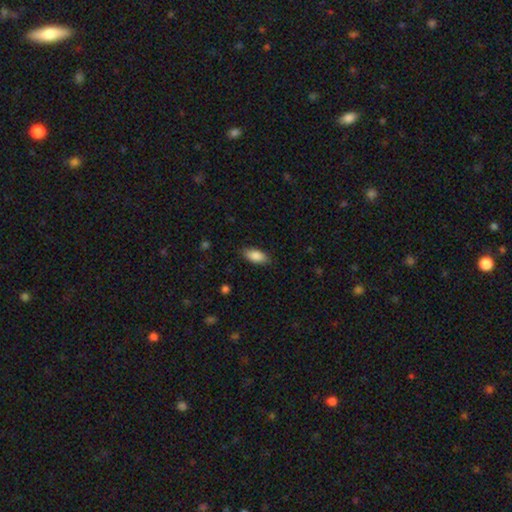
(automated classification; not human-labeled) Smooth or featured? Predicted: smooth (p=0.87). How rounded? Predicted: in between (p=0.88). Merging? Predicted: none (p=0.85).